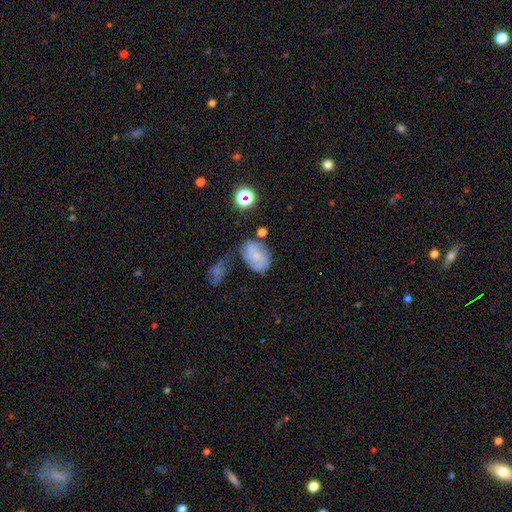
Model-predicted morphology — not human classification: Smooth or featured: smooth — 52% (featured or disk — 36%)
How rounded: in between — 74% (round — 24%)
Merging: none — 49% (minor disturbance — 25%)